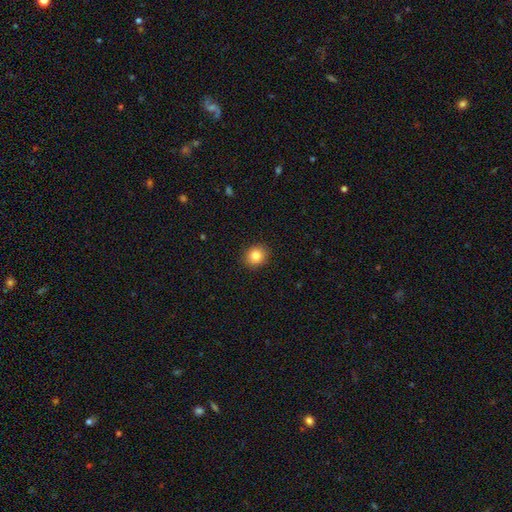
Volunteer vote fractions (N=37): Overall: smooth (86%). How rounded: round (75%). Merging: none (97%).